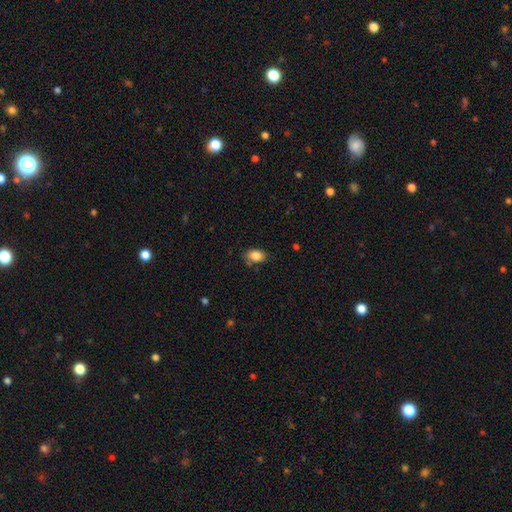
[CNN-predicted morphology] type=smooth (85%); roundness=in between (86%); merging=none (74%).